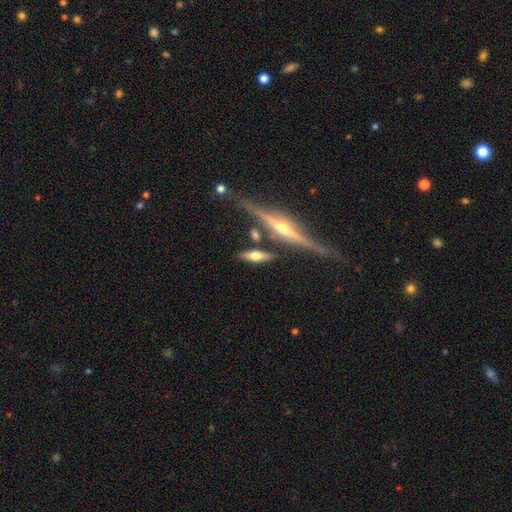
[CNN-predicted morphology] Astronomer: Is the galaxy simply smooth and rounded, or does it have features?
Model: smooth — 47% (runner-up: featured or disk, 46%).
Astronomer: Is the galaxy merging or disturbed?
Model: none — 75%.